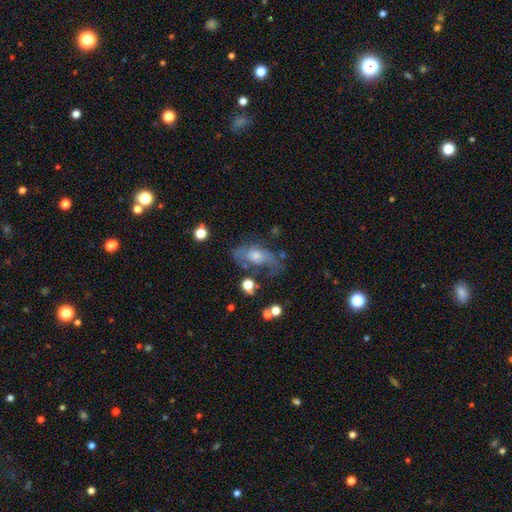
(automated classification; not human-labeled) This is possibly a featured or disk galaxy (58%). It is clearly not viewed edge-on (89%). Bar: likely no (75%). Spiral arm pattern: likely yes (63%). Central bulge: possibly moderate (50%). Merging: possibly none (51%).